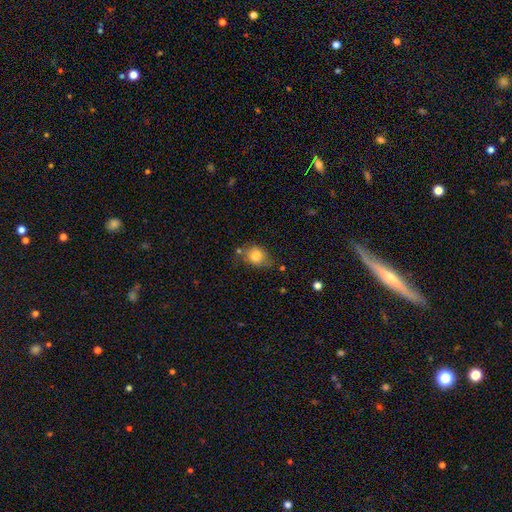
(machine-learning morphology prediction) This is likely a smooth galaxy (79%). How rounded: possibly in between (55%). Merging: possibly none (57%).